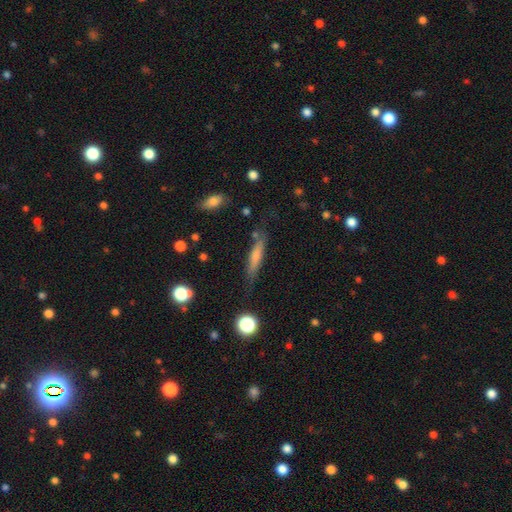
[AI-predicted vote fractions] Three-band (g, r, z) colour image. It shows a smooth galaxy with no disk features (54%) that is cigar-shaped (87%). Merging: none (76%).